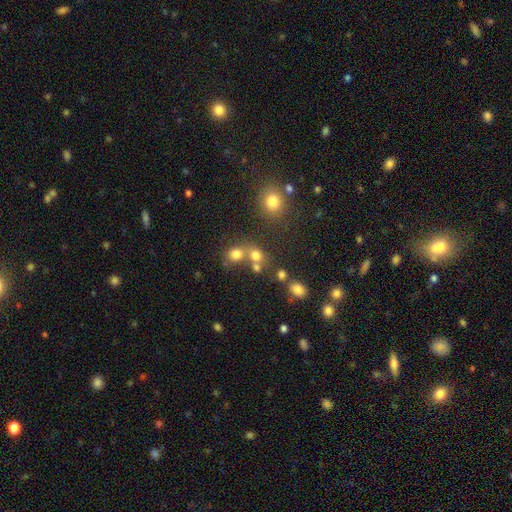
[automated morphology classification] This appears to be a smooth galaxy with no disk features (72%) that is round (72%). Merging: none (45%).